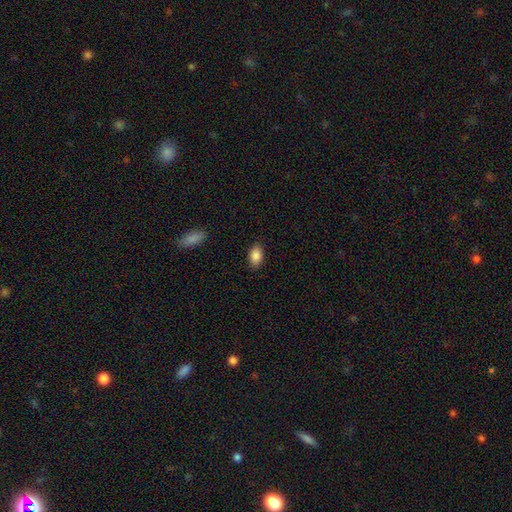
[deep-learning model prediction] A smooth galaxy with no disk features (87%) that is in between round and cigar-shaped (90%).

Vote fractions:
- Smooth or featured? smooth: 87% / star or artifact: 8% / featured or disk: 6%
- How rounded? in between: 90% / round: 8% / cigar-shaped: 2%
- Merging? none: 87% / minor disturbance: 9% / major disturbance: 2% / merger: 1%